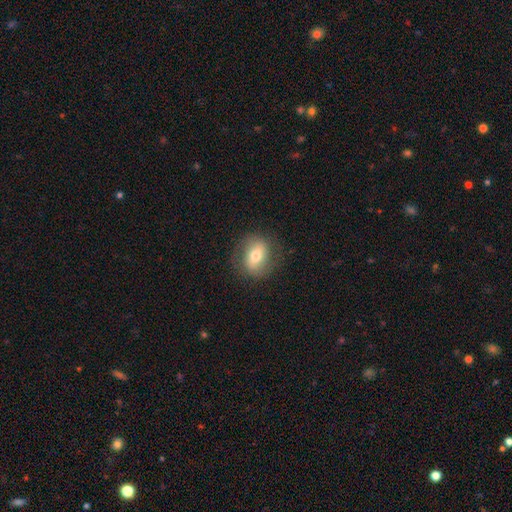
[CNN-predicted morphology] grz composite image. It shows a smooth galaxy with no disk features (59%) that is in between round and cigar-shaped (55%). Merging: none (80%).